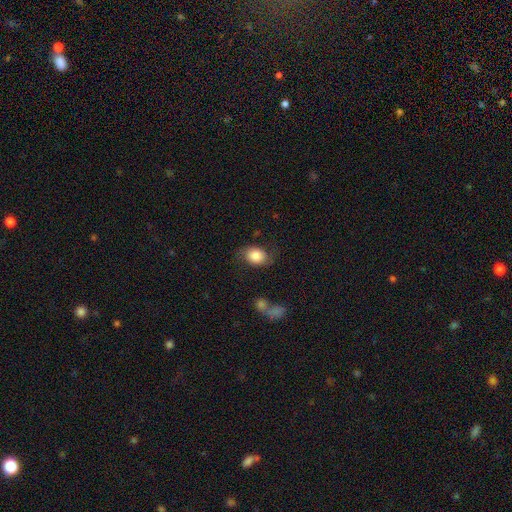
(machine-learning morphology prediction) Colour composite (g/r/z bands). It shows a smooth galaxy with no disk features (77%) that is in between round and cigar-shaped (57%). Merging: none (65%).